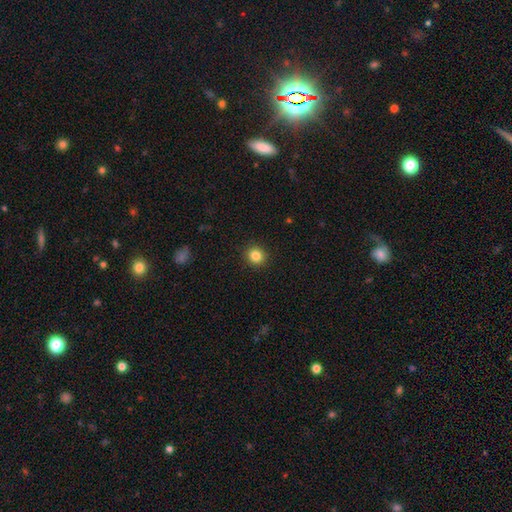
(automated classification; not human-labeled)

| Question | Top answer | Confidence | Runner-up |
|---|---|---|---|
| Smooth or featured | smooth | 84% | star or artifact (11%) |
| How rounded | round | 90% | in between (10%) |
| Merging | none | 92% | minor disturbance (5%) |